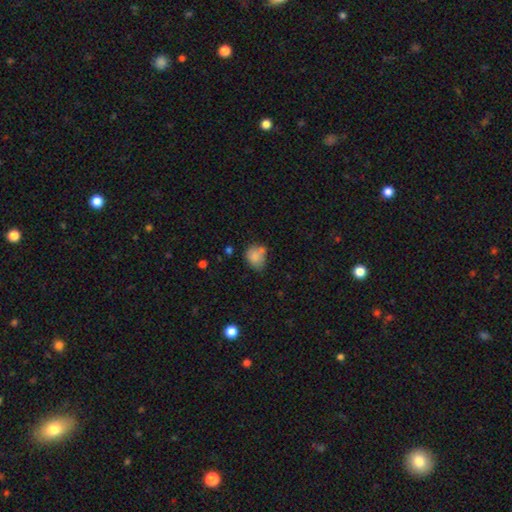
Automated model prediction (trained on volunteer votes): Smooth or featured? Predicted: smooth (p=0.77). How rounded? Predicted: in between (p=0.51). Merging? Predicted: none (p=0.43).